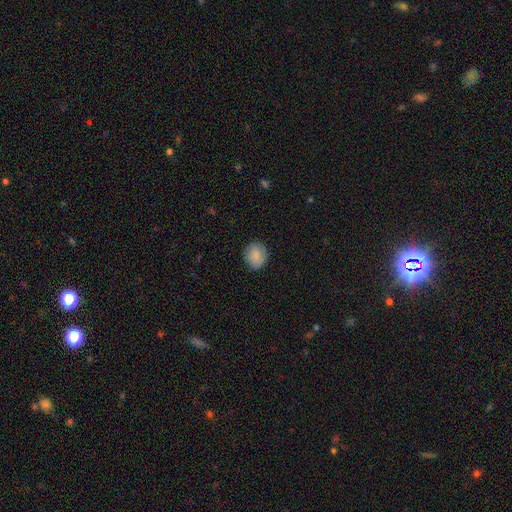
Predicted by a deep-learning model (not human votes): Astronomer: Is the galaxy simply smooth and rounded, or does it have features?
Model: smooth — 84%.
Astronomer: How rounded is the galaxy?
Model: round — 77%.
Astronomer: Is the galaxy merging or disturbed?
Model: none — 86%.